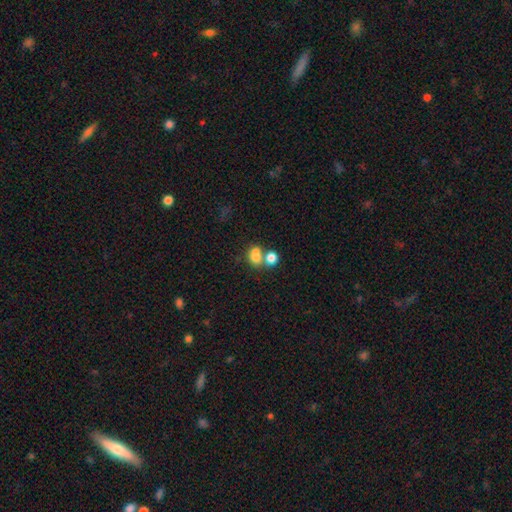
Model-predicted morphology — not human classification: Smooth or featured?
  - smooth: 77% *
  - star or artifact: 12%
  - featured or disk: 11%
How rounded?
  - in between: 54% *
  - round: 44%
  - cigar-shaped: 1%
Merging?
  - merger: 52% *
  - none: 33%
  - minor disturbance: 9%
  - major disturbance: 6%